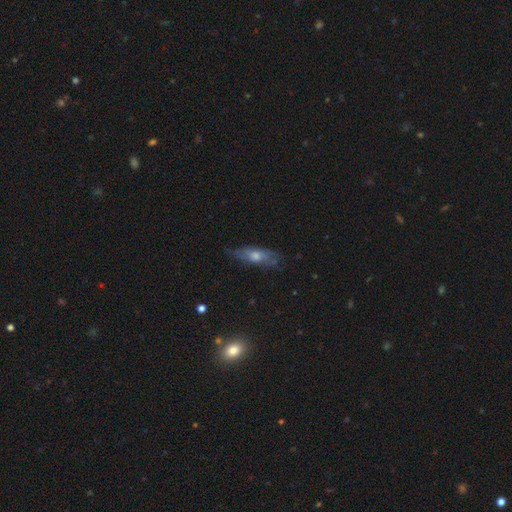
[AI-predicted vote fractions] Smooth or featured? Predicted: smooth (p=0.46). Merging? Predicted: none (p=0.65).